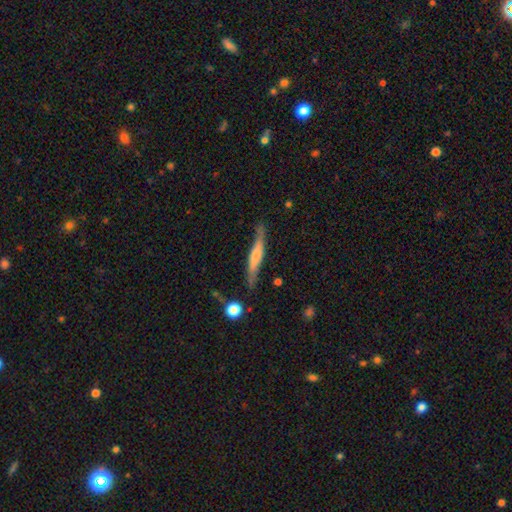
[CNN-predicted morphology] Smooth or featured?
  - featured or disk: 50% *
  - smooth: 44%
  - star or artifact: 6%
Edge-on disk?
  - yes: 90% *
  - no: 10%
Merging?
  - none: 76% *
  - minor disturbance: 17%
  - major disturbance: 4%
  - merger: 3%